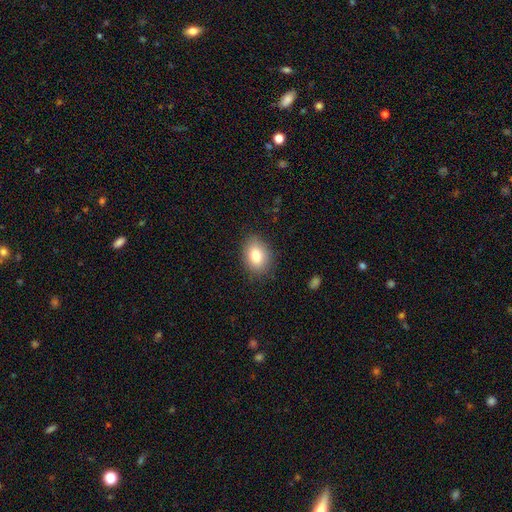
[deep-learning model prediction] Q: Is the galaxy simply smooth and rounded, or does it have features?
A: smooth — 81%.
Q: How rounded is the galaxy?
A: in between — 72%.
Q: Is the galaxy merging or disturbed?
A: none — 85%.